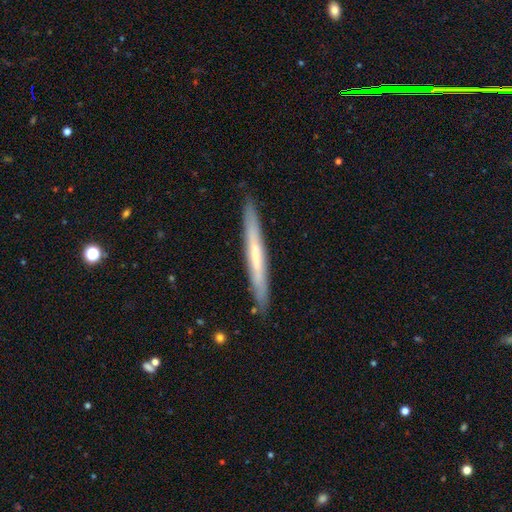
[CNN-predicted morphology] Q: Smooth or featured?
A: featured or disk (50%); runner-up: smooth (45%)
Q: Merging?
A: none (89%); runner-up: minor disturbance (8%)